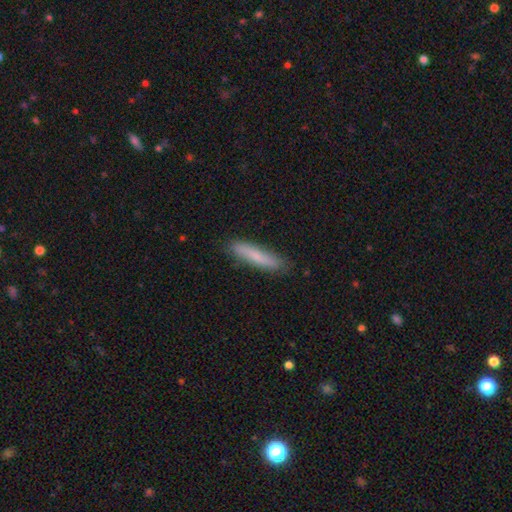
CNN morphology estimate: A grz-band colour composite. It shows a smooth galaxy with no disk features (77%) that is cigar-shaped (88%). Merging: none (85%).